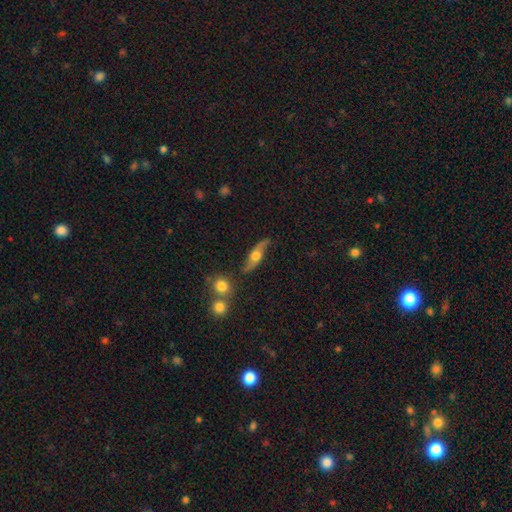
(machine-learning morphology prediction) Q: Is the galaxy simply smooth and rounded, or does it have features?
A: featured or disk — 69%.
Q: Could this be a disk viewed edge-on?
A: no — 60%.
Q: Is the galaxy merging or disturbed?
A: none — 74%.